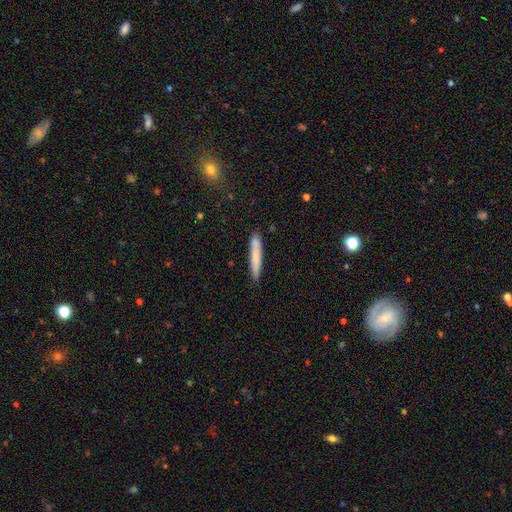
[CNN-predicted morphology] type=smooth (73%); roundness=cigar-shaped (94%); merging=none (81%).